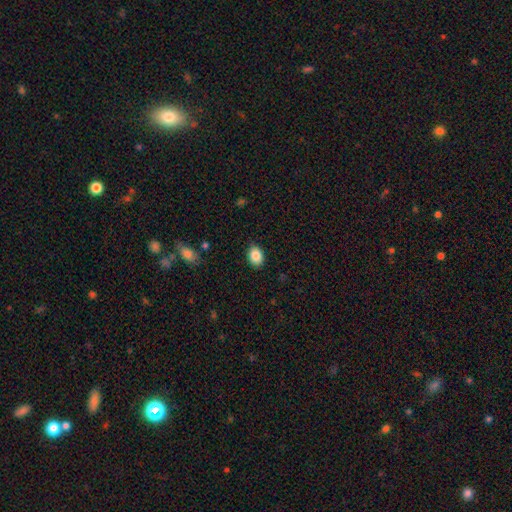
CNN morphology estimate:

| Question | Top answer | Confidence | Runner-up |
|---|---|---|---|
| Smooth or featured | smooth | 87% | star or artifact (8%) |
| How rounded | in between | 67% | round (32%) |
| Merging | none | 86% | minor disturbance (10%) |